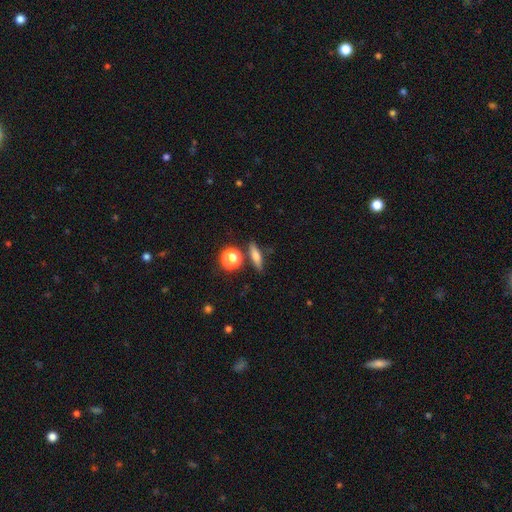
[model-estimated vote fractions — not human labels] smooth-or-featured: smooth: 62% | featured or disk: 27% | star or artifact: 11%
  how-rounded: cigar-shaped: 57% | in between: 29% | round: 14%
  merging: none: 81% | minor disturbance: 10% | merger: 6% | major disturbance: 3%